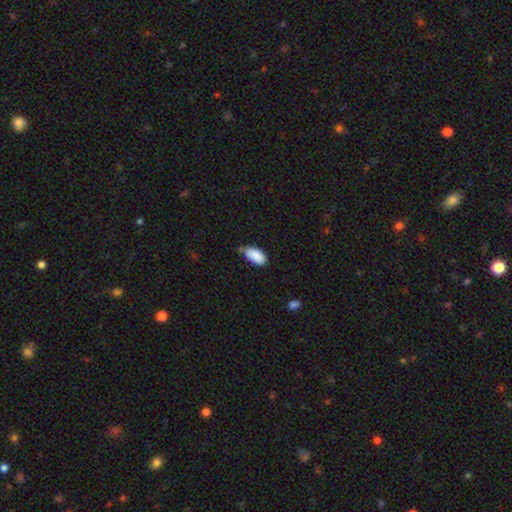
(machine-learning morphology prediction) Smooth or featured?
  - smooth: 89% *
  - star or artifact: 7%
  - featured or disk: 4%
How rounded?
  - in between: 93% *
  - cigar-shaped: 4%
  - round: 2%
Merging?
  - none: 61% *
  - minor disturbance: 29%
  - merger: 6%
  - major disturbance: 4%